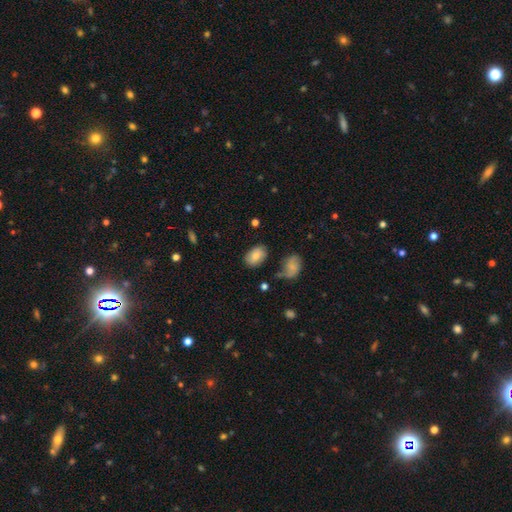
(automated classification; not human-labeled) smooth-or-featured: smooth: 78% | featured or disk: 15% | star or artifact: 8%
  how-rounded: in between: 88% | round: 11% | cigar-shaped: 1%
  merging: none: 72% | minor disturbance: 18% | major disturbance: 5% | merger: 4%